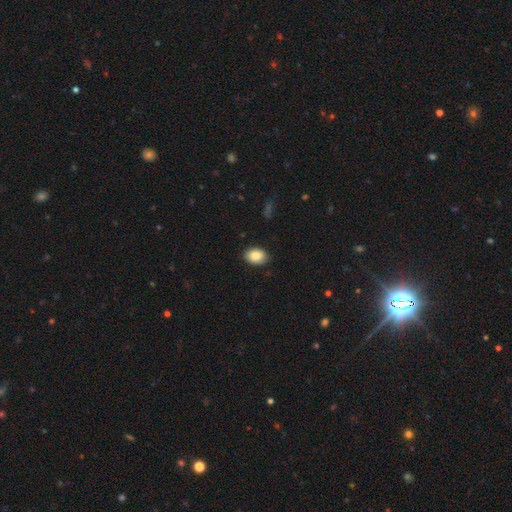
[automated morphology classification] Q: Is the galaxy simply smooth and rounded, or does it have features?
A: smooth — 86%.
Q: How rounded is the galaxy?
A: in between — 79%.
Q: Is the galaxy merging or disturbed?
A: none — 85%.